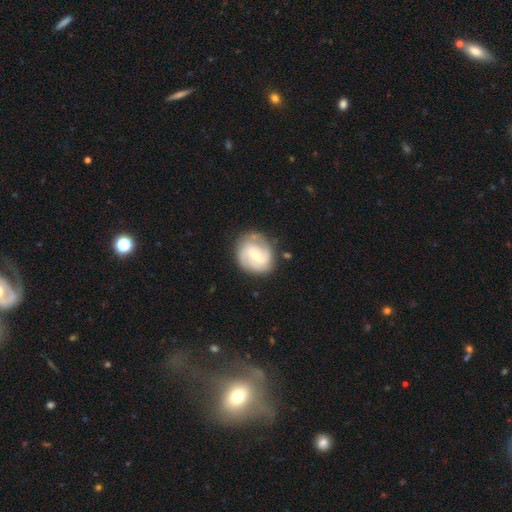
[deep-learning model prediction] Overall: featured or disk (75%). Edge-on disk: no (98%). Bar: weak (53%; no 33%). Spiral arms: yes (92%). Spiral arm count: 2 (60%). Spiral winding: medium (44%; tight 39%). Bulge size: small (53%; moderate 43%). Merging: none (75%).